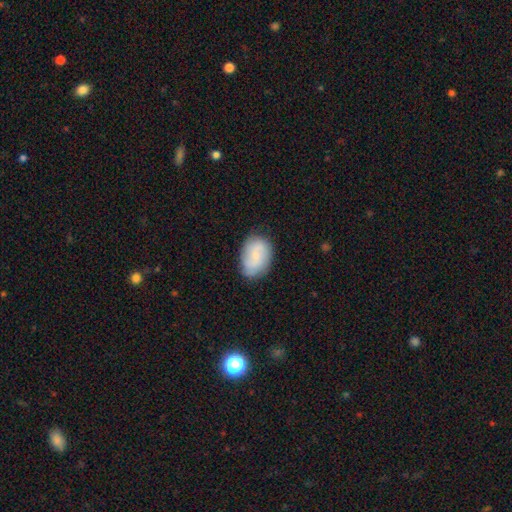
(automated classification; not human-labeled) smooth-or-featured: smooth: 56% | featured or disk: 37% | star or artifact: 7%
  how-rounded: in between: 76% | round: 22% | cigar-shaped: 1%
  merging: none: 76% | minor disturbance: 18% | major disturbance: 5% | merger: 2%